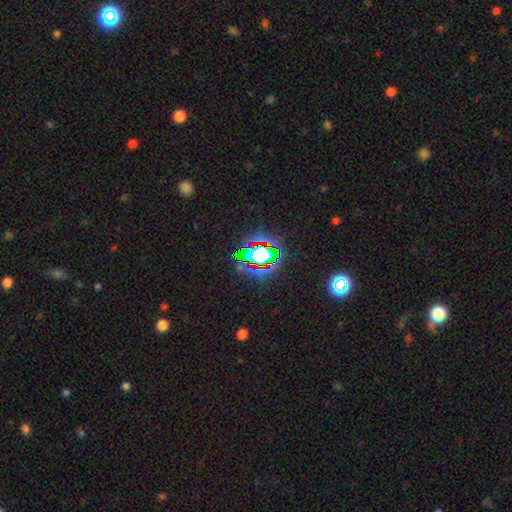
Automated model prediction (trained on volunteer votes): This is likely a star or artifact rather than a galaxy (74%).